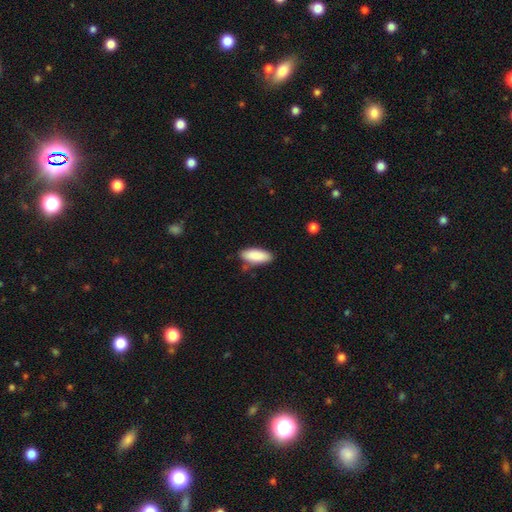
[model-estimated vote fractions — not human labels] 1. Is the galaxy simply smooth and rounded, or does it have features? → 89% smooth, 6% star or artifact, 5% featured or disk.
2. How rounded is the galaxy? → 82% in between, 17% cigar-shaped, 2% round.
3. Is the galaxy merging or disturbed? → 82% none, 13% minor disturbance, 3% major disturbance, 2% merger.